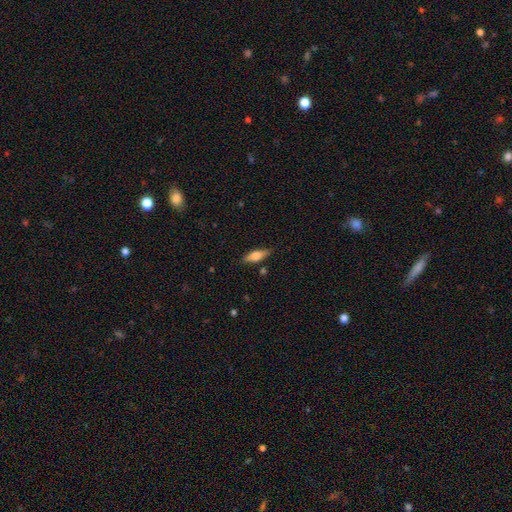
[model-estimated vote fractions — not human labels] The model was most divided on "how rounded": in between: 59%, cigar-shaped: 38%, round: 3%. More confident: merging — none (80%); smooth or featured — smooth (62%).